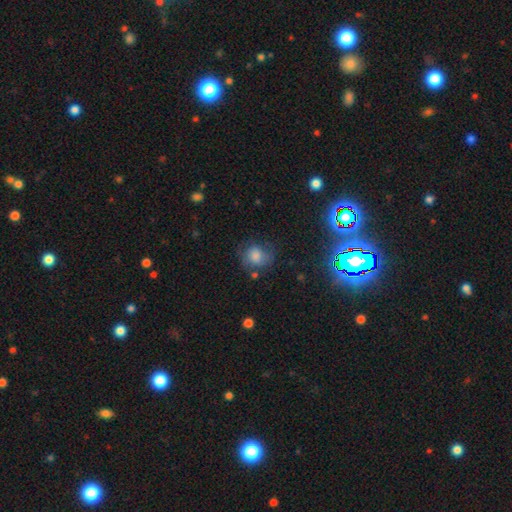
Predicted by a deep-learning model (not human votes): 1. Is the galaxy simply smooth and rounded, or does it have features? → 58% smooth, 25% featured or disk, 17% star or artifact.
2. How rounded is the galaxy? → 71% round, 28% in between, 1% cigar-shaped.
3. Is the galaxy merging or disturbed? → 58% none, 25% minor disturbance, 14% major disturbance, 3% merger.